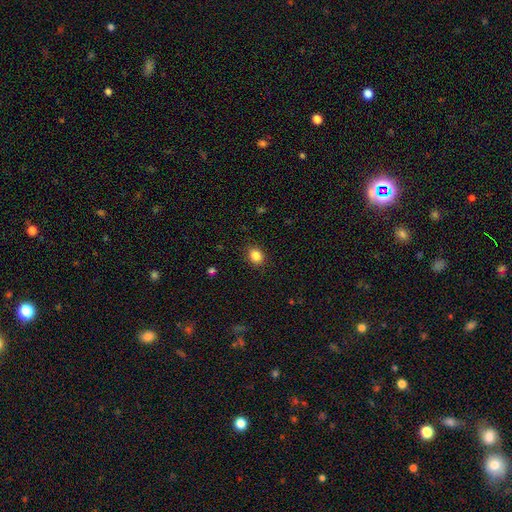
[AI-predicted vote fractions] This appears to be a smooth galaxy with no disk features (85%) that is round (54%). Merging: none (88%).